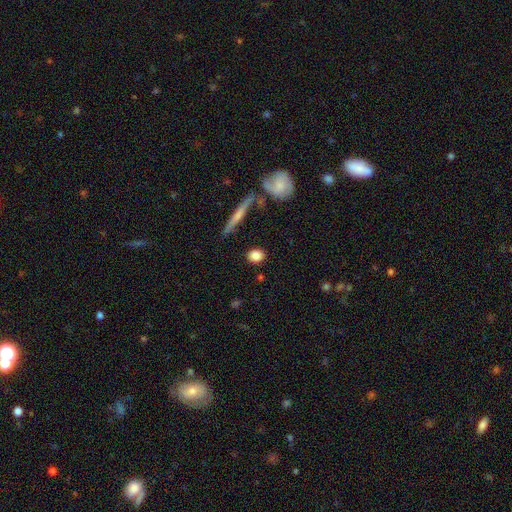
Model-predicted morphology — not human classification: A smooth galaxy with no disk features (83%) that is round (56%).

Vote fractions:
- Smooth or featured? smooth: 83% / featured or disk: 9% / star or artifact: 8%
- How rounded? round: 56% / in between: 38% / cigar-shaped: 6%
- Merging? none: 85% / minor disturbance: 9% / merger: 3% / major disturbance: 3%